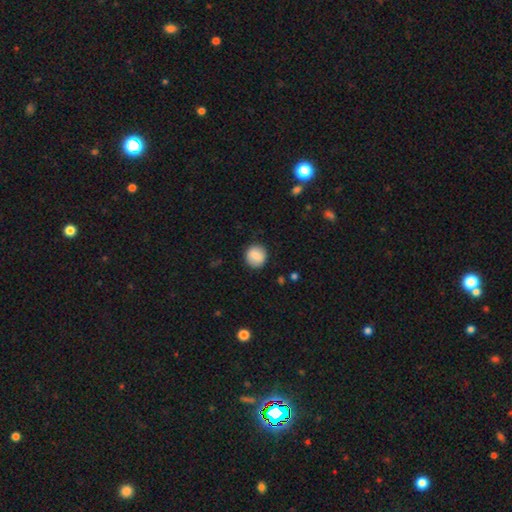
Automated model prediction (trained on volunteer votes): Smooth or featured: smooth — 85% (featured or disk — 8%)
How rounded: round — 89% (in between — 10%)
Merging: none — 89% (minor disturbance — 8%)